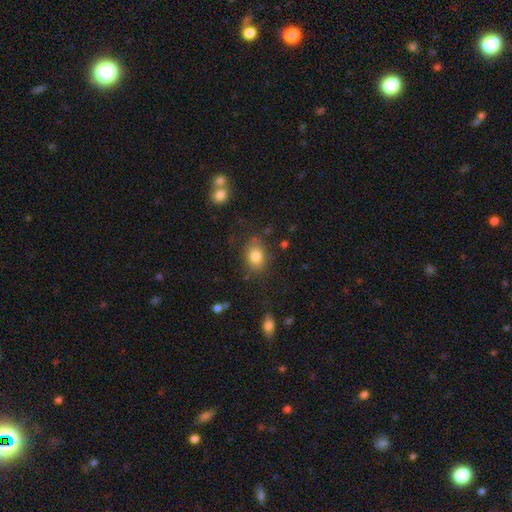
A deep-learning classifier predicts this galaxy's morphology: A smooth galaxy with no disk features (81%) that is in between round and cigar-shaped (68%).

Vote fractions:
- Smooth or featured? smooth: 81% / star or artifact: 10% / featured or disk: 9%
- How rounded? in between: 68% / round: 31% / cigar-shaped: 1%
- Merging? none: 76% / minor disturbance: 16% / major disturbance: 5% / merger: 3%